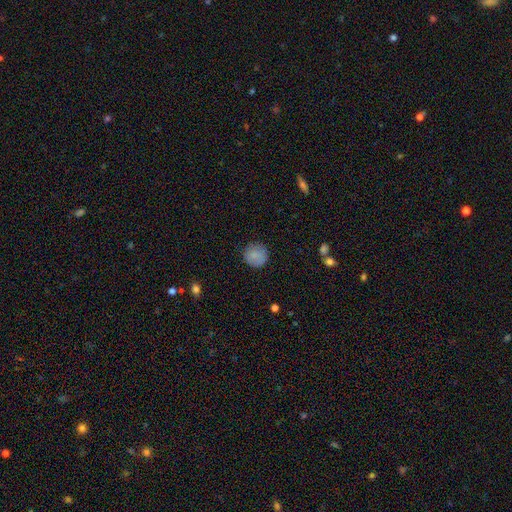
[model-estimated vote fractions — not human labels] Morphology: type=smooth (84%); roundness=round (93%); merging=none (84%).